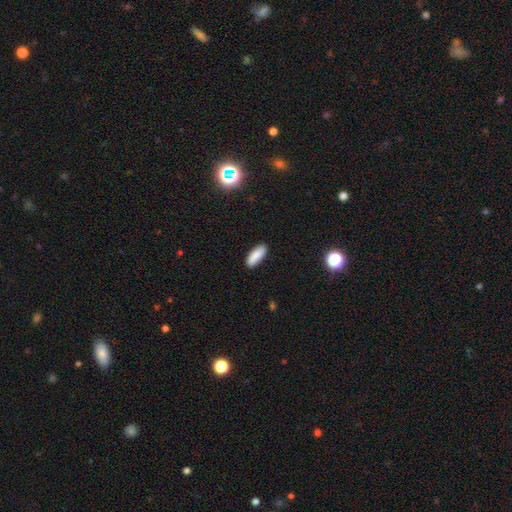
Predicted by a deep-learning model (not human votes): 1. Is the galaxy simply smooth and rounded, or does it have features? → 85% smooth, 7% star or artifact, 7% featured or disk.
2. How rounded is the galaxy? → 73% in between, 25% cigar-shaped, 2% round.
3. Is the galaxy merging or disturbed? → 86% none, 11% minor disturbance, 2% major disturbance, 1% merger.